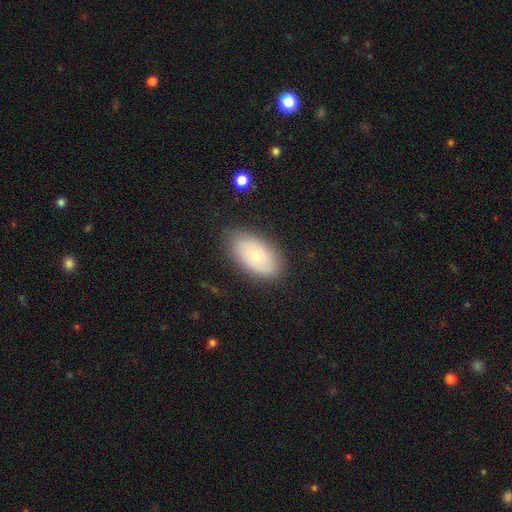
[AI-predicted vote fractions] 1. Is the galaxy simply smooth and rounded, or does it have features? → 59% smooth, 34% featured or disk, 7% star or artifact.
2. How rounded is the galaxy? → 93% in between, 5% round, 2% cigar-shaped.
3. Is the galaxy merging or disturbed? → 81% none, 14% minor disturbance, 4% major disturbance, 1% merger.